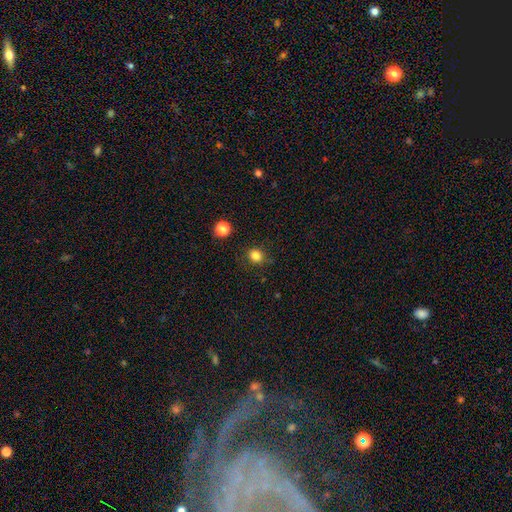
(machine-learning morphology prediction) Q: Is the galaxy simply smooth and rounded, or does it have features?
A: smooth — 83%.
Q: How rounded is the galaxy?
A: round — 71%.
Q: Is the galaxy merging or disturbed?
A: none — 83%.